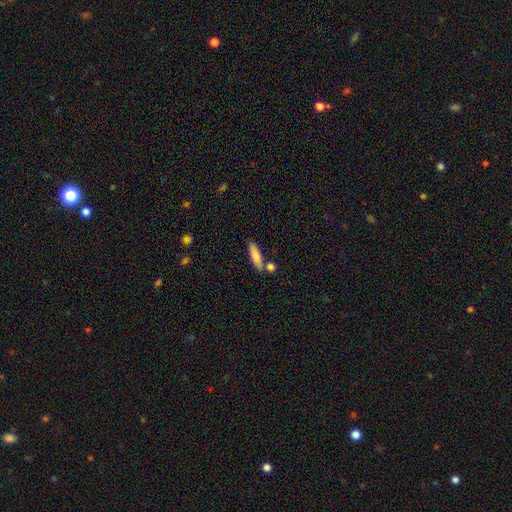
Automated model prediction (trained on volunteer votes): A smooth galaxy with no disk features (82%) that is cigar-shaped (66%). Merging: none (72%).